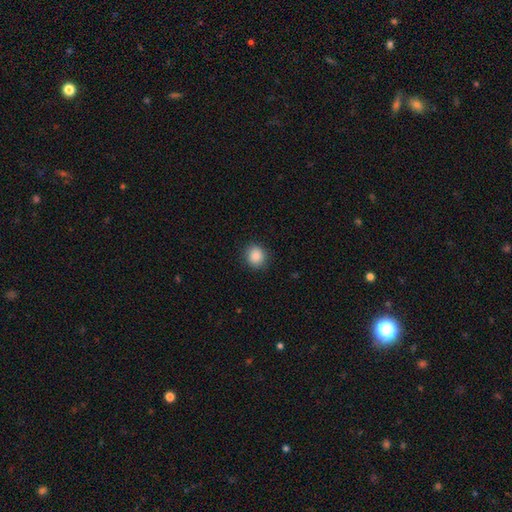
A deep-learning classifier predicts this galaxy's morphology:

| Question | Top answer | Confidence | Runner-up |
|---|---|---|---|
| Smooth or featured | smooth | 88% | star or artifact (9%) |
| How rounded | round | 82% | in between (17%) |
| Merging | none | 88% | minor disturbance (8%) |